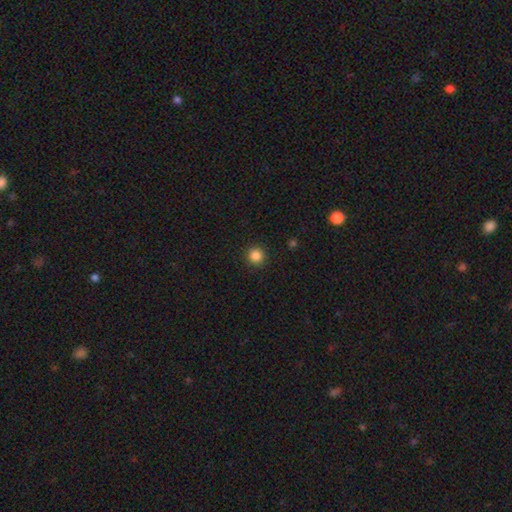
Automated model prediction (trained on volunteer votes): A smooth galaxy with no disk features (86%) that is round (95%). Merging: none (92%).